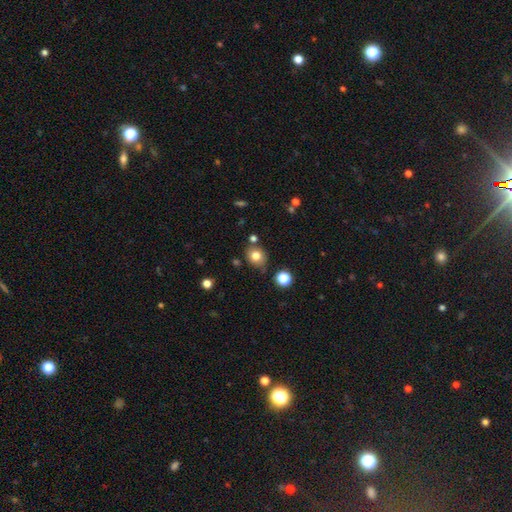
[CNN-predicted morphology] type=smooth (79%); roundness=round (66%); merging=none (75%).